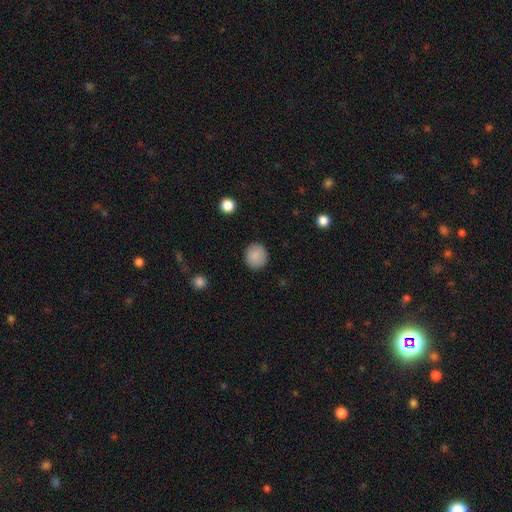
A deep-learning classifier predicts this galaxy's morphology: A smooth galaxy with no disk features (88%) that is round (88%).

Vote fractions:
- Smooth or featured? smooth: 88% / star or artifact: 8% / featured or disk: 4%
- How rounded? round: 88% / in between: 11% / cigar-shaped: 1%
- Merging? none: 90% / minor disturbance: 6% / major disturbance: 2% / merger: 1%